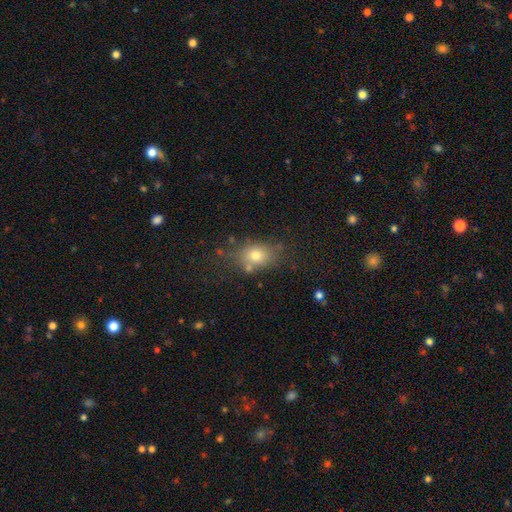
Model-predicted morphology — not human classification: smooth 73%, featured or disk 14%, star or artifact 13%. Down the decision tree: how rounded — in between (60%); merging — none (64%).